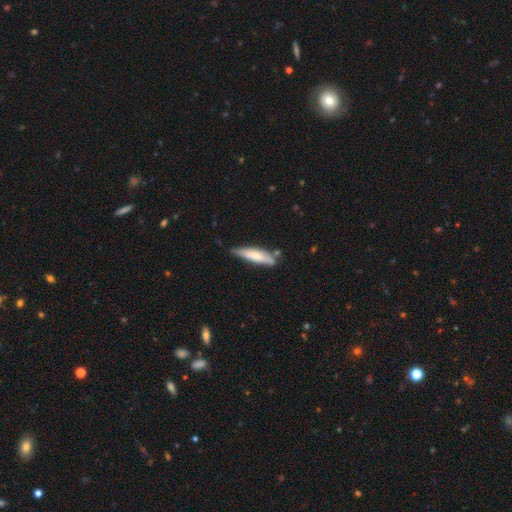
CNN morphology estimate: Q: Smooth or featured?
A: smooth (65%); runner-up: featured or disk (29%)
Q: How rounded?
A: cigar-shaped (76%); runner-up: in between (23%)
Q: Merging?
A: none (61%); runner-up: minor disturbance (27%)